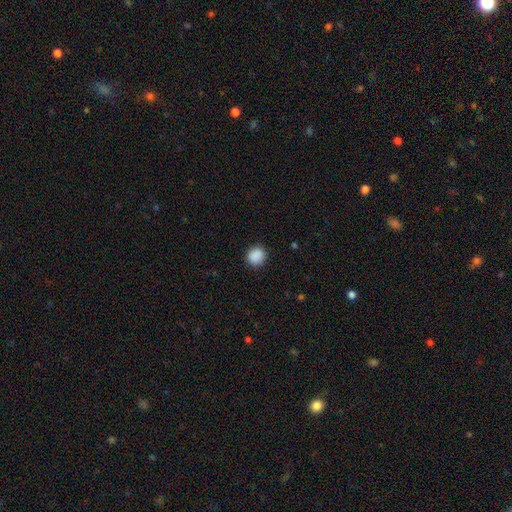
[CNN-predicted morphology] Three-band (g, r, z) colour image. It shows a smooth galaxy with no disk features (89%) that is round (83%). Merging: none (89%).